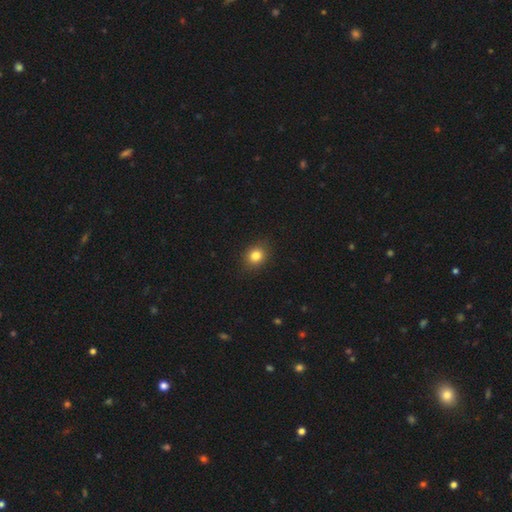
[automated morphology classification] A smooth galaxy with no disk features (82%) that is round (62%). Merging: none (88%).